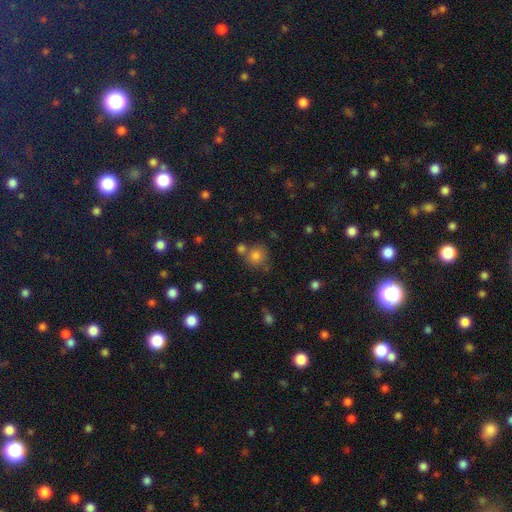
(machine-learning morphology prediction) Smooth or featured: smooth — 80% (star or artifact — 13%)
How rounded: round — 88% (in between — 11%)
Merging: none — 64% (merger — 21%)